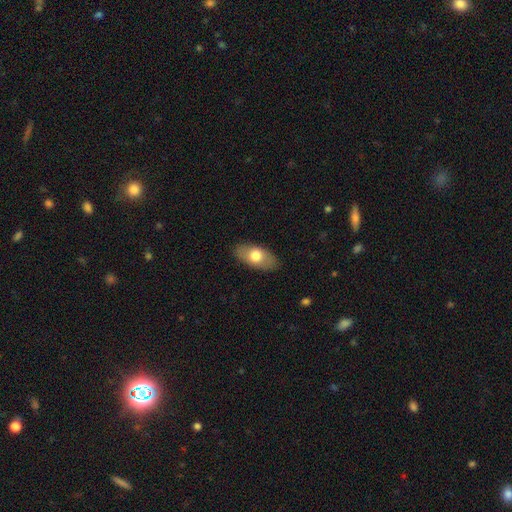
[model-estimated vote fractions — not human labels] The model was most divided on "smooth or featured": smooth: 70%, featured or disk: 24%, star or artifact: 6%. More confident: how rounded — in between (90%); merging — none (86%).